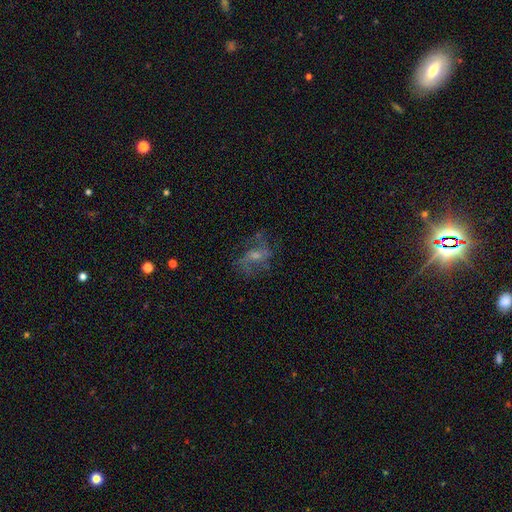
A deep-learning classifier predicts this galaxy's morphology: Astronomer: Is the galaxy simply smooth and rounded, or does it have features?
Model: featured or disk — 61%.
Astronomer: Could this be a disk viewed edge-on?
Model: no — 96%.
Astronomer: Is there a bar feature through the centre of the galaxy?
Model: no — 51% (runner-up: weak, 39%).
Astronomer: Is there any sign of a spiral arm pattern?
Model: yes — 70%.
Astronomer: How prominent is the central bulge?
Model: small — 45% (runner-up: moderate, 38%).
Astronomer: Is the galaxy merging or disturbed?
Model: none — 56%.